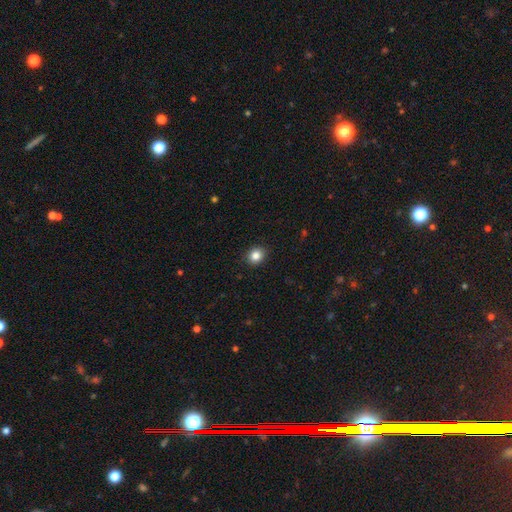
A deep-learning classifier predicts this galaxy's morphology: type=smooth (84%); roundness=round (76%); merging=none (91%).